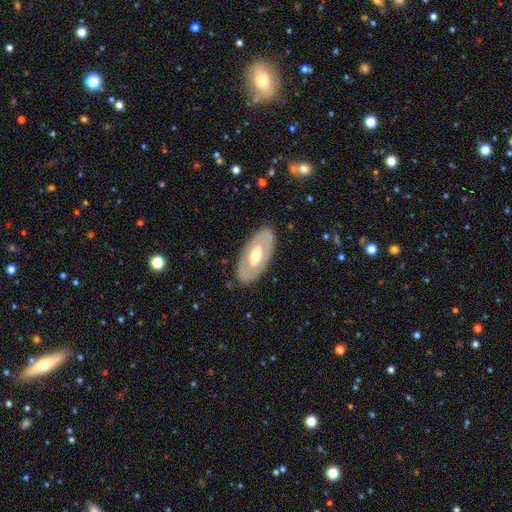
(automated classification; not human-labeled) A featured or disk galaxy (58%).

Vote fractions:
- Smooth or featured? featured or disk: 58% / smooth: 37% / star or artifact: 5%
- Edge-on disk? no: 86% / yes: 14%
- Merging? none: 84% / minor disturbance: 11% / major disturbance: 4% / merger: 1%